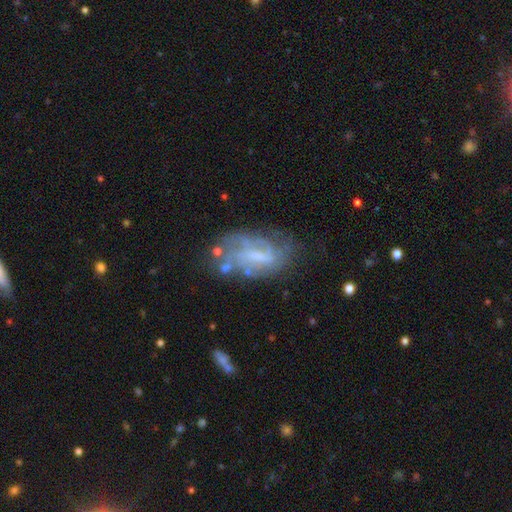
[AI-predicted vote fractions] A featured or disk galaxy (69%) with a weak bar (49%), spiral arms (69%) and a small central bulge (35%). Merging: none (51%).